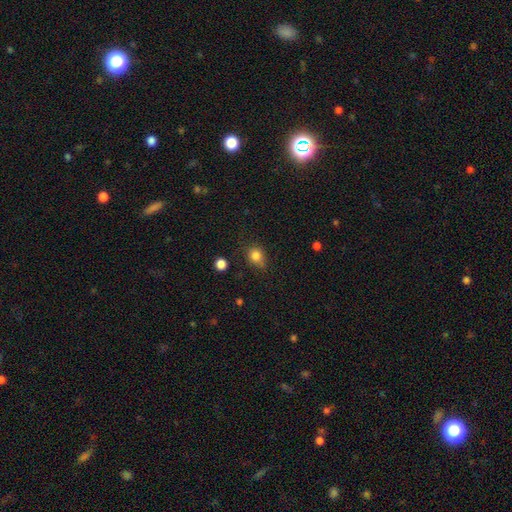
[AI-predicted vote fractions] This is clearly a smooth galaxy (82%). How rounded: likely round (71%). Merging: likely none (65%).